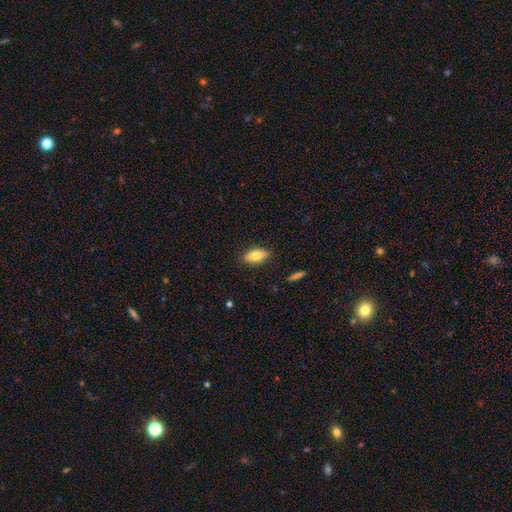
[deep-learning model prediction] smooth-or-featured: smooth: 77% | featured or disk: 16% | star or artifact: 7%
  how-rounded: in between: 82% | cigar-shaped: 14% | round: 3%
  merging: none: 87% | minor disturbance: 9% | major disturbance: 2% | merger: 1%